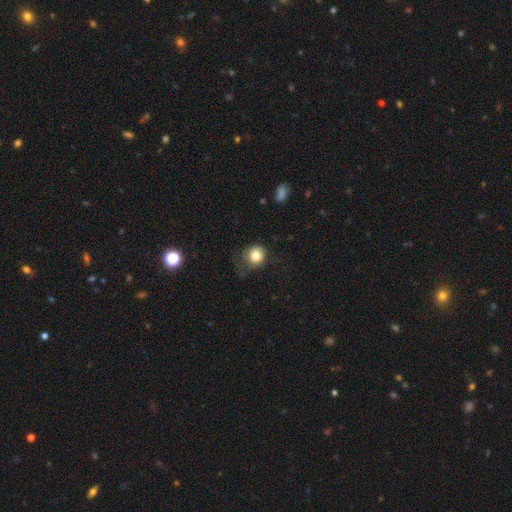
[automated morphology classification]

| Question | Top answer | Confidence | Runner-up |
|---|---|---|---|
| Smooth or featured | smooth | 80% | featured or disk (10%) |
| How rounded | round | 82% | in between (17%) |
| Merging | none | 51% | minor disturbance (26%) |